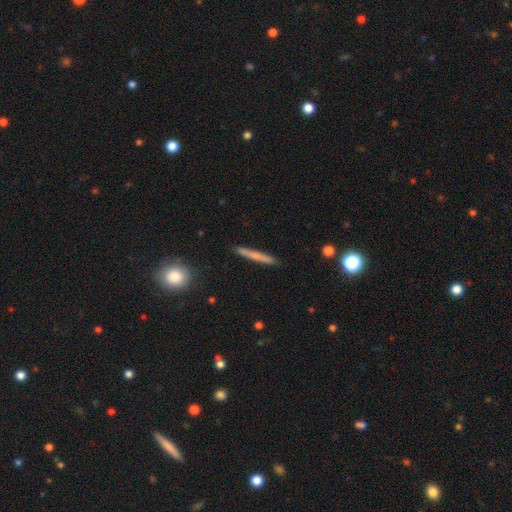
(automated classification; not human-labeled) Smooth or featured: smooth — 62% (featured or disk — 32%)
How rounded: cigar-shaped — 95% (in between — 3%)
Merging: none — 89% (minor disturbance — 8%)